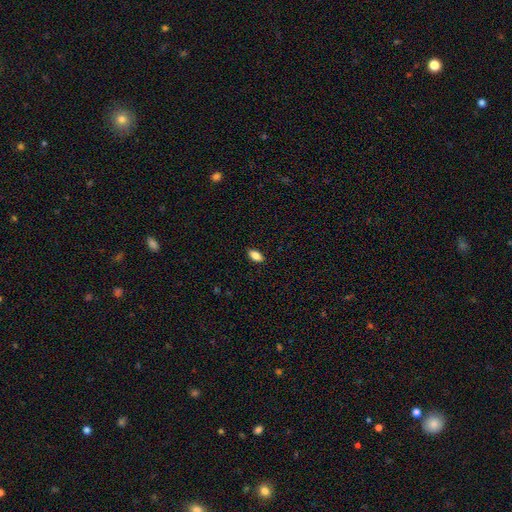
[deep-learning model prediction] This appears to be a smooth galaxy with no disk features (83%) that is in between round and cigar-shaped (90%). Merging: none (88%).